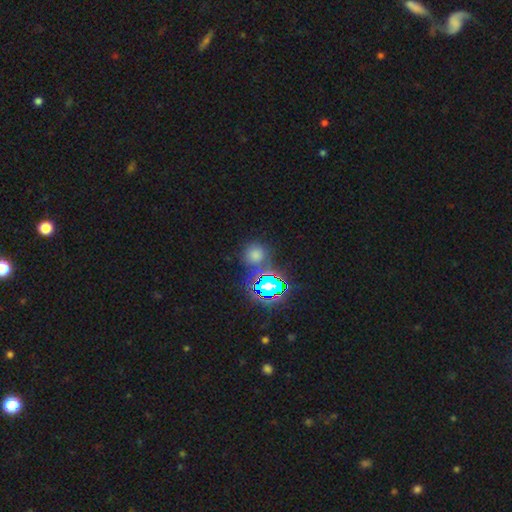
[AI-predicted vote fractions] smooth 52%, star or artifact 41%, featured or disk 7%. Down the decision tree: how rounded — round (89%); merging — none (75%).